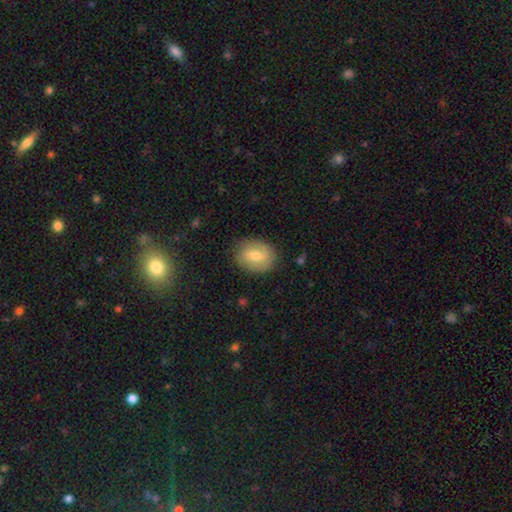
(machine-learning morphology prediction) Smooth or featured: smooth — 57% (featured or disk — 34%)
How rounded: in between — 54% (round — 45%)
Merging: none — 83% (minor disturbance — 12%)